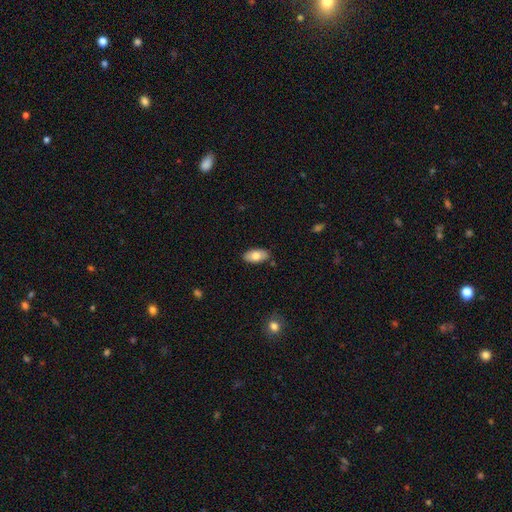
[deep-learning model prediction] A smooth galaxy with no disk features (76%) that is in between round and cigar-shaped (93%).

Vote fractions:
- Smooth or featured? smooth: 76% / featured or disk: 18% / star or artifact: 7%
- How rounded? in between: 93% / cigar-shaped: 4% / round: 3%
- Merging? none: 86% / minor disturbance: 11% / major disturbance: 2% / merger: 2%